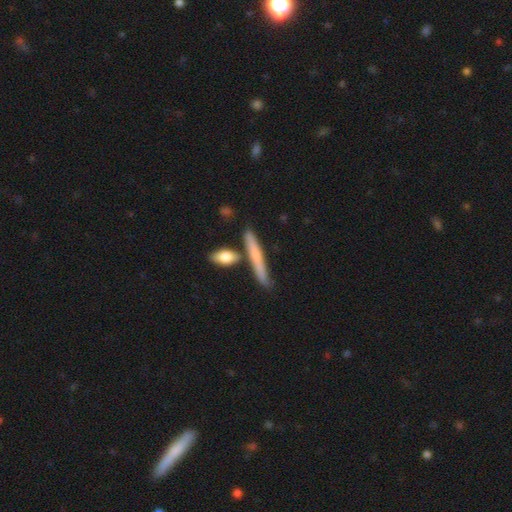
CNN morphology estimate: This is possibly a smooth galaxy (59%). How rounded: clearly cigar-shaped (91%). Merging: likely none (73%).